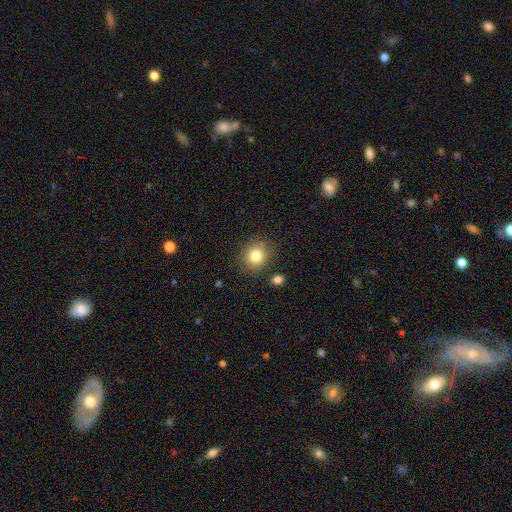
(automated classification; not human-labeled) Overall: smooth (81%). How rounded: round (82%). Merging: none (83%).